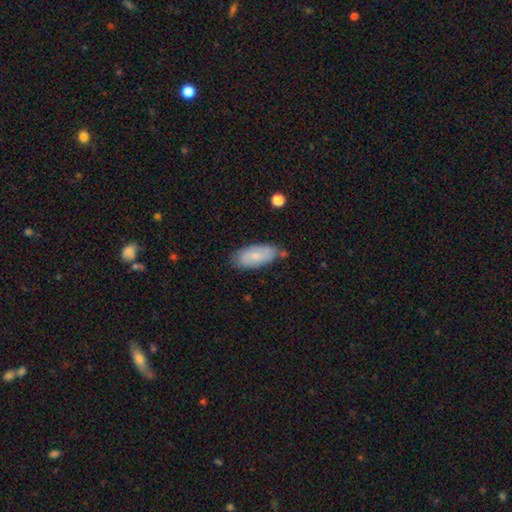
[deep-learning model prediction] This appears to be a smooth galaxy with no disk features (69%) that is in between round and cigar-shaped (89%). Merging: none (70%).